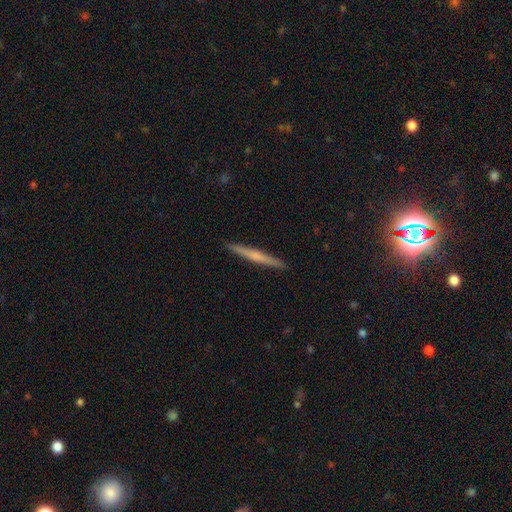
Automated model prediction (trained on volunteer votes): A featured or disk galaxy (50%) viewed edge-on (98%). Merging: none (92%).